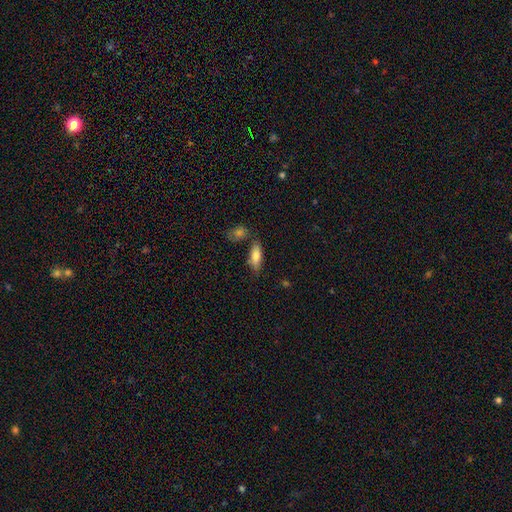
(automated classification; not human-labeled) Q: Smooth or featured?
A: smooth (78%); runner-up: featured or disk (15%)
Q: How rounded?
A: in between (67%); runner-up: cigar-shaped (30%)
Q: Merging?
A: none (67%); runner-up: minor disturbance (17%)